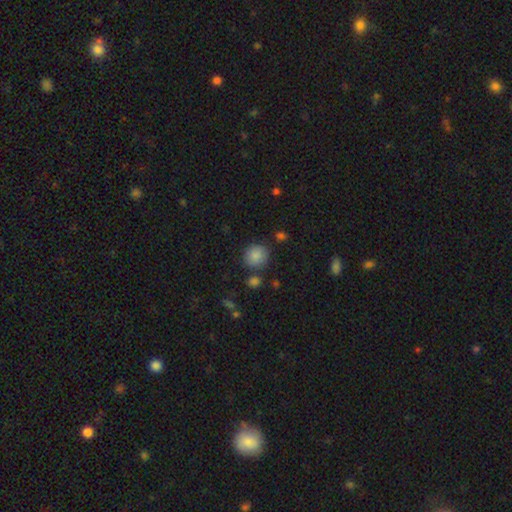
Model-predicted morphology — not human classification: A smooth galaxy with no disk features (86%) that is round (84%).

Vote fractions:
- Smooth or featured? smooth: 86% / star or artifact: 9% / featured or disk: 5%
- How rounded? round: 84% / in between: 15% / cigar-shaped: 1%
- Merging? none: 78% / minor disturbance: 13% / merger: 6% / major disturbance: 4%